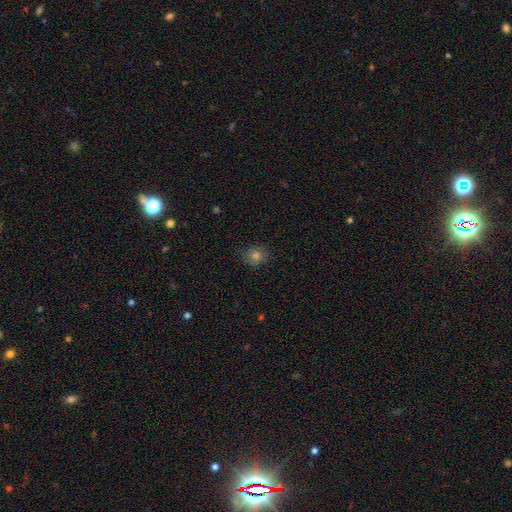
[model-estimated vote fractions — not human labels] A smooth galaxy with no disk features (67%) that is round (76%).

Vote fractions:
- Smooth or featured? smooth: 67% / star or artifact: 19% / featured or disk: 14%
- How rounded? round: 76% / in between: 23% / cigar-shaped: 1%
- Merging? none: 80% / minor disturbance: 15% / major disturbance: 4% / merger: 1%